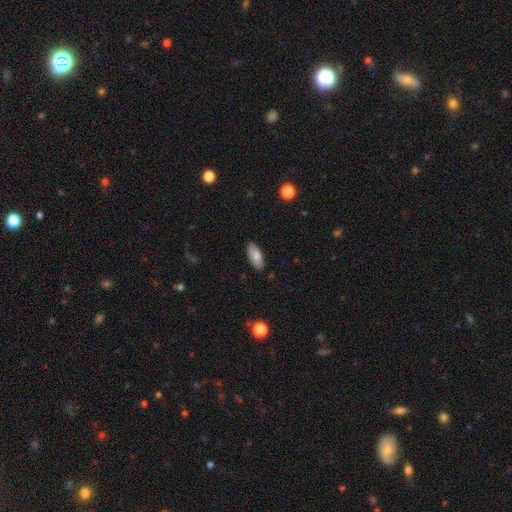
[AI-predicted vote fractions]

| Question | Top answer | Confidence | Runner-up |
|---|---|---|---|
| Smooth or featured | smooth | 83% | featured or disk (11%) |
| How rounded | in between | 85% | cigar-shaped (13%) |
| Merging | none | 85% | minor disturbance (12%) |